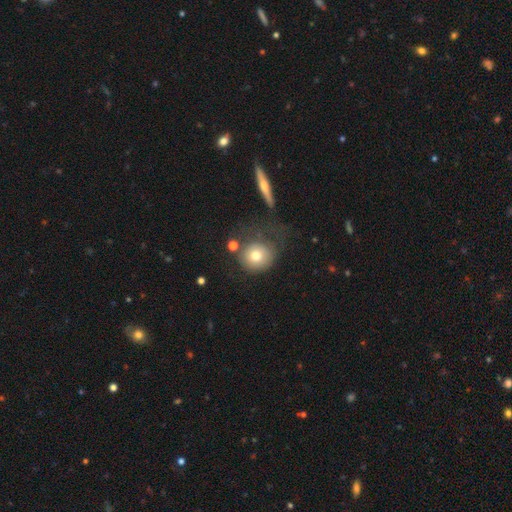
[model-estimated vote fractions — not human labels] smooth_or_featured: smooth (p=0.72) [alt: featured or disk p=0.17]
how_rounded: round (p=0.89) [alt: in between p=0.10]
merging: none (p=0.54) [alt: major disturbance p=0.18]